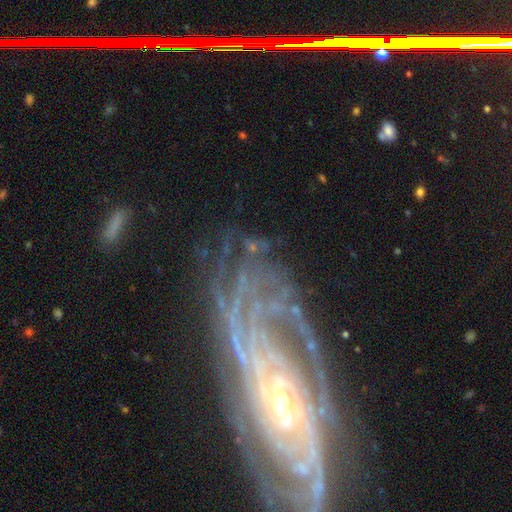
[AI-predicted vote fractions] Q: Smooth or featured?
A: featured or disk (82%); runner-up: star or artifact (11%)
Q: Edge-on disk?
A: no (92%); runner-up: yes (8%)
Q: Bar?
A: no (38%); runner-up: weak (33%)
Q: Spiral arms?
A: yes (93%); runner-up: no (7%)
Q: Spiral winding?
A: tight (74%); runner-up: medium (20%)
Q: Spiral arm count?
A: can't tell (33%); runner-up: more than 4 (17%)
Q: Bulge size?
A: small (59%); runner-up: moderate (33%)
Q: Merging?
A: none (69%); runner-up: minor disturbance (16%)